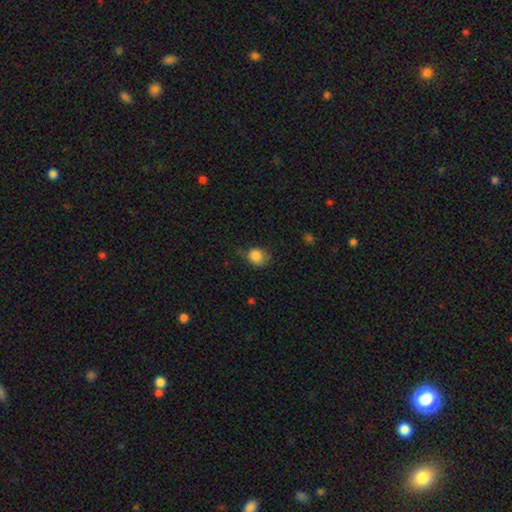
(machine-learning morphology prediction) This appears to be a smooth galaxy with no disk features (86%) that is round (70%). Merging: none (60%).